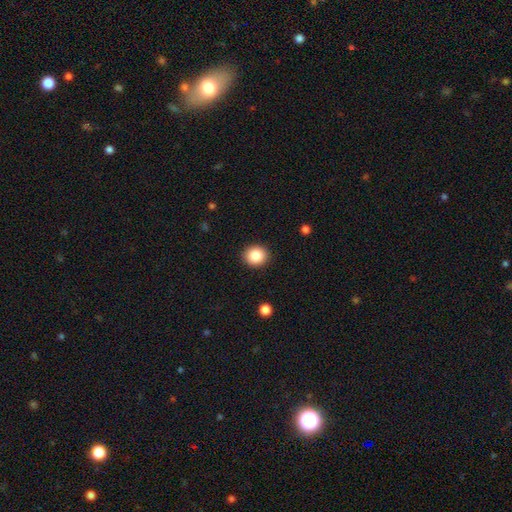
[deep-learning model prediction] smooth-or-featured: smooth: 85% | star or artifact: 9% | featured or disk: 6%
  how-rounded: round: 82% | in between: 17% | cigar-shaped: 1%
  merging: none: 91% | minor disturbance: 6% | major disturbance: 2% | merger: 1%